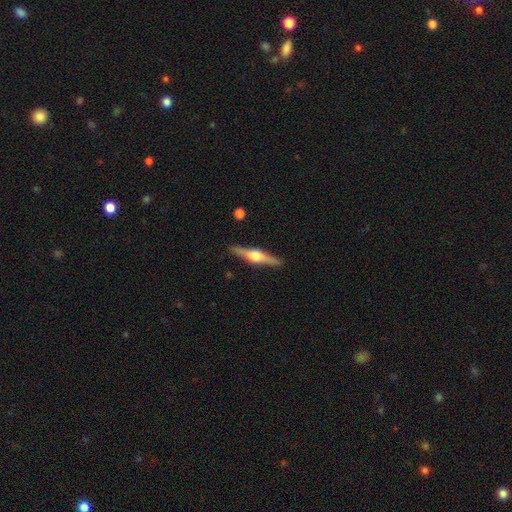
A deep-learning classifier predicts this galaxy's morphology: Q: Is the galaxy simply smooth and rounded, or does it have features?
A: featured or disk — 71%.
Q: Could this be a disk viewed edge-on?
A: yes — 97%.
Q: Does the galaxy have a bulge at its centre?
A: rounded — 93%.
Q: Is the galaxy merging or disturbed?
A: none — 90%.